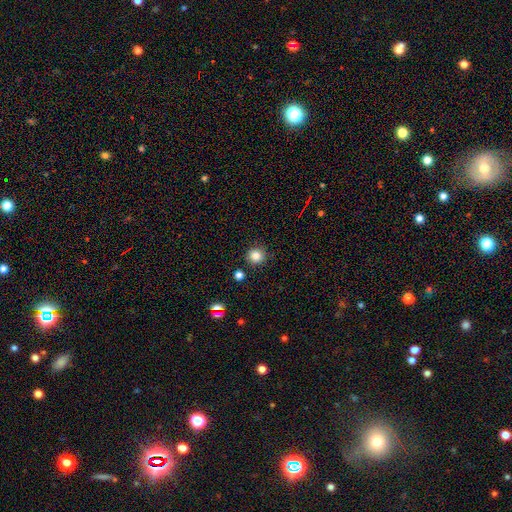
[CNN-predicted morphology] Q: Smooth or featured?
A: smooth (81%); runner-up: star or artifact (13%)
Q: How rounded?
A: round (93%); runner-up: in between (6%)
Q: Merging?
A: none (89%); runner-up: minor disturbance (7%)